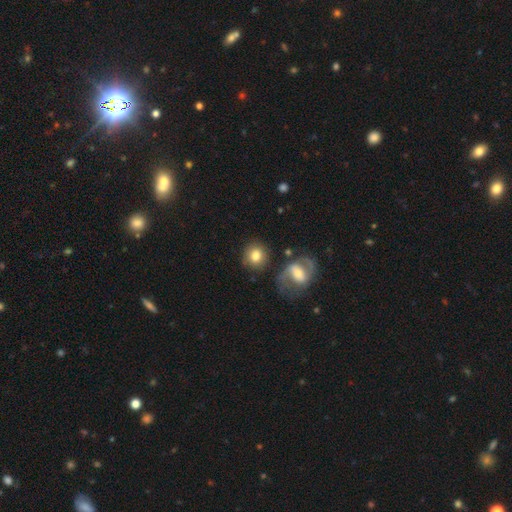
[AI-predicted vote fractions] Morphology: type=smooth (75%); roundness=round (87%); merging=none (76%).